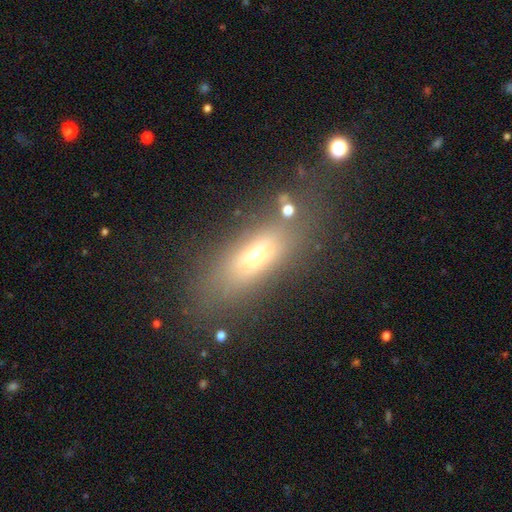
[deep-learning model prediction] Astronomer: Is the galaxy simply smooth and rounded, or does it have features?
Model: smooth — 58%.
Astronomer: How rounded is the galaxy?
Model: in between — 61%.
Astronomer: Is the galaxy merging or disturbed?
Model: none — 72%.